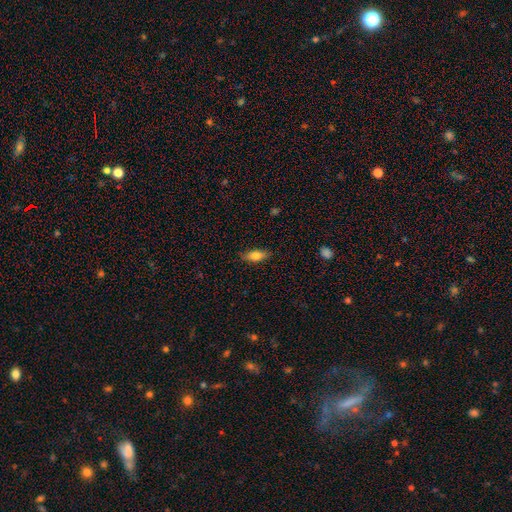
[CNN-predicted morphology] smooth_or_featured: smooth (p=0.76) [alt: featured or disk p=0.17]
how_rounded: in between (p=0.73) [alt: cigar-shaped p=0.24]
merging: none (p=0.81) [alt: minor disturbance p=0.15]